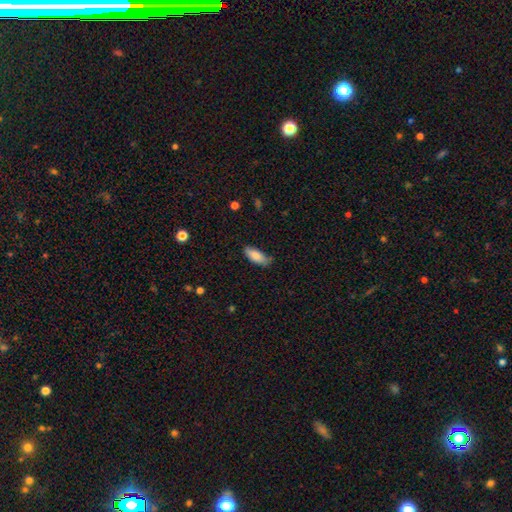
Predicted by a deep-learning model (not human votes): Smooth or featured? Predicted: smooth (p=0.83). How rounded? Predicted: in between (p=0.79). Merging? Predicted: none (p=0.69).